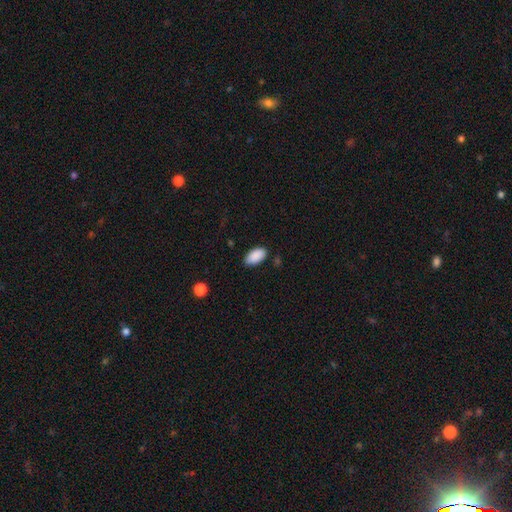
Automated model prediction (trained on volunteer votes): A smooth galaxy with no disk features (90%) that is in between round and cigar-shaped (95%).

Vote fractions:
- Smooth or featured? smooth: 90% / star or artifact: 7% / featured or disk: 3%
- How rounded? in between: 95% / round: 3% / cigar-shaped: 2%
- Merging? none: 81% / minor disturbance: 14% / major disturbance: 3% / merger: 2%